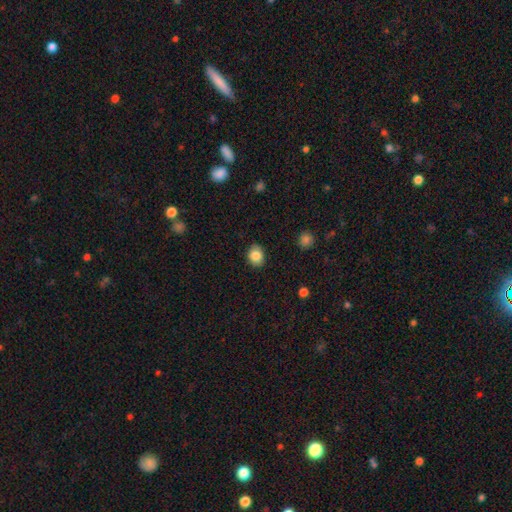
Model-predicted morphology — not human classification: smooth 85%, star or artifact 9%, featured or disk 7%. Down the decision tree: how rounded — in between (51%); merging — none (86%).